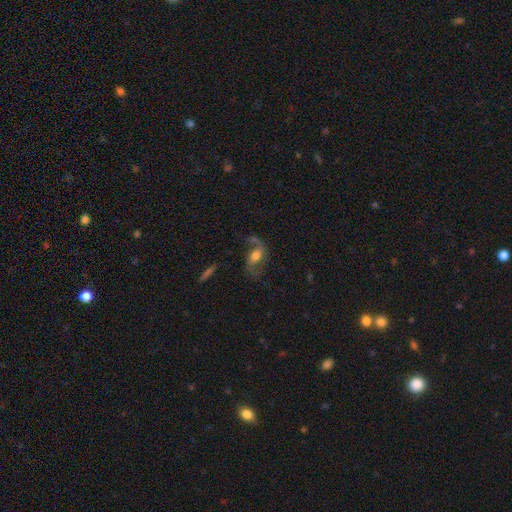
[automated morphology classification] Smooth or featured? Predicted: featured or disk (p=0.66). Edge-on disk? Predicted: no (p=0.93). Bar? Predicted: no (p=0.43). Spiral arms? Predicted: yes (p=0.87). Spiral winding? Predicted: loose (p=0.69). Spiral arm count? Predicted: 2 (p=0.82). Bulge size? Predicted: moderate (p=0.53). Merging? Predicted: none (p=0.50).